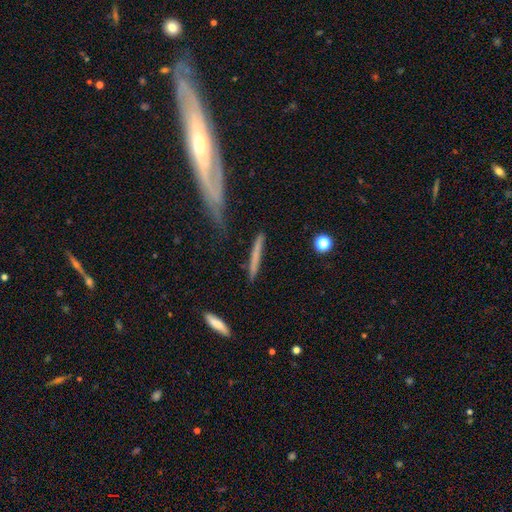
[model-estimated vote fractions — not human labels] A smooth galaxy with no disk features (56%) that is cigar-shaped (92%).

Vote fractions:
- Smooth or featured? smooth: 56% / featured or disk: 36% / star or artifact: 8%
- How rounded? cigar-shaped: 92% / in between: 5% / round: 3%
- Merging? none: 74% / minor disturbance: 16% / major disturbance: 6% / merger: 4%